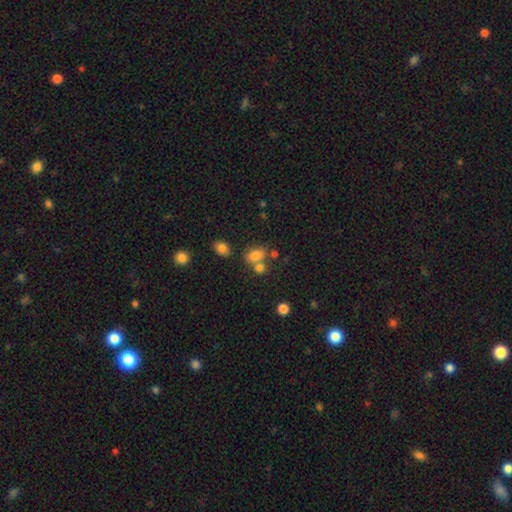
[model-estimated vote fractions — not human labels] smooth-or-featured: smooth: 78% | star or artifact: 13% | featured or disk: 9%
  how-rounded: in between: 73% | round: 25% | cigar-shaped: 2%
  merging: none: 48% | merger: 34% | minor disturbance: 12% | major disturbance: 6%